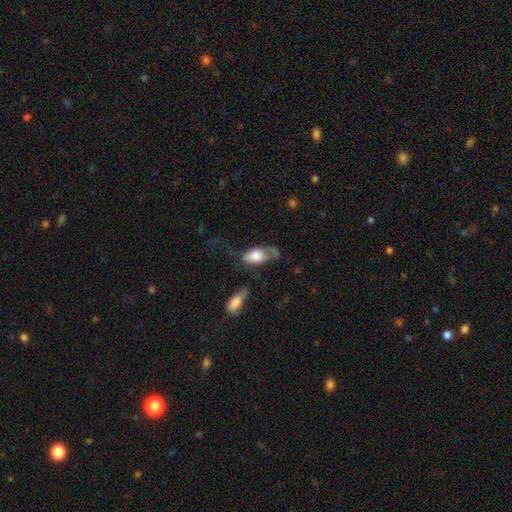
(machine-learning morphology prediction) Overall: smooth (59%; featured or disk 34%). How rounded: in between (89%). Merging: major disturbance (40%; none 27%).